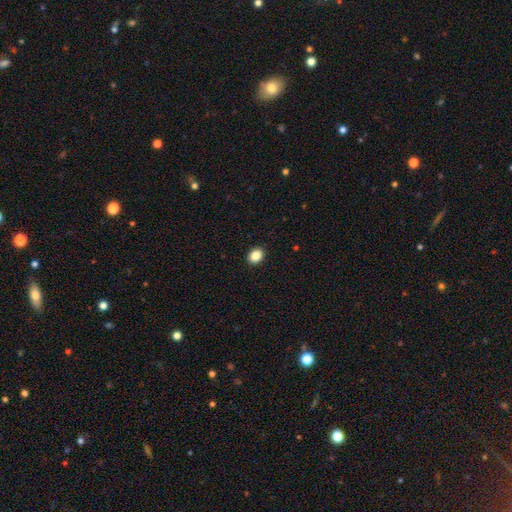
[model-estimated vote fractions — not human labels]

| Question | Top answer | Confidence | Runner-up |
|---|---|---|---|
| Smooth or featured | smooth | 87% | star or artifact (9%) |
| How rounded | in between | 57% | round (42%) |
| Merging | none | 92% | minor disturbance (6%) |